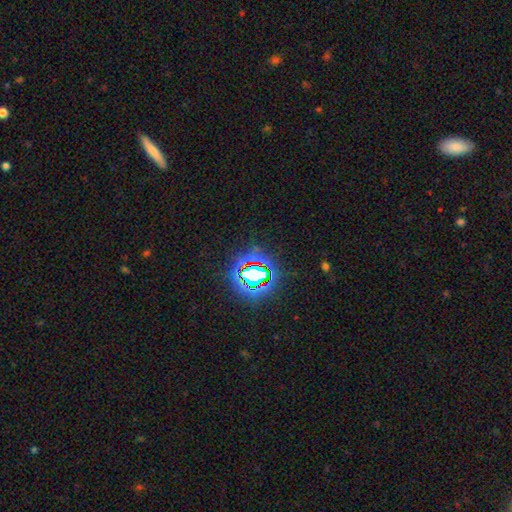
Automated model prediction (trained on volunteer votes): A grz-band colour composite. It shows a star or artifact, not a galaxy (79%).